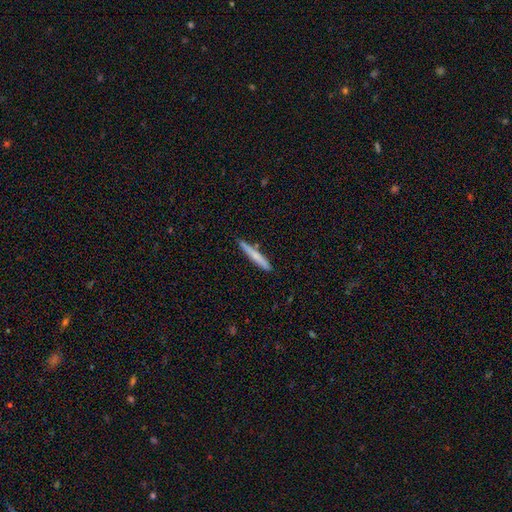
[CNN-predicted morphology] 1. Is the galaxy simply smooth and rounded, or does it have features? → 64% smooth, 30% featured or disk, 6% star or artifact.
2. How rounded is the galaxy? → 95% cigar-shaped, 4% in between, 1% round.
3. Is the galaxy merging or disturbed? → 84% none, 11% minor disturbance, 3% merger, 2% major disturbance.